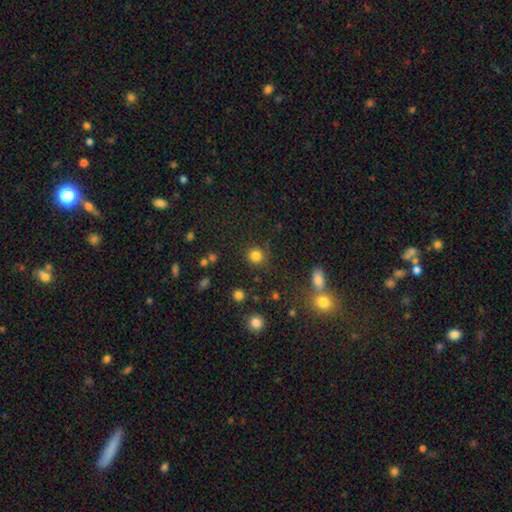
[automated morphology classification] Q: Smooth or featured?
A: smooth (82%); runner-up: star or artifact (14%)
Q: How rounded?
A: round (91%); runner-up: in between (8%)
Q: Merging?
A: none (83%); runner-up: minor disturbance (9%)